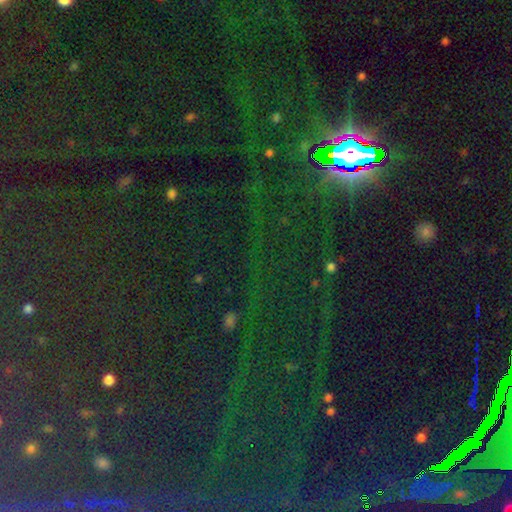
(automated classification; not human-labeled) Smooth or featured: star or artifact — 86% (smooth — 8%)